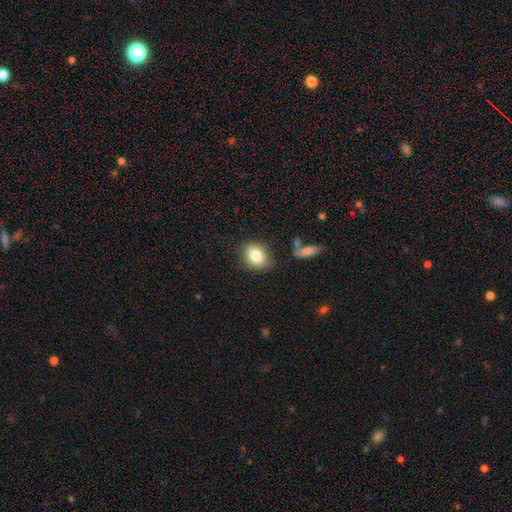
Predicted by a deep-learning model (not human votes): Morphology: type=smooth (81%); roundness=in between (60%); merging=none (78%).